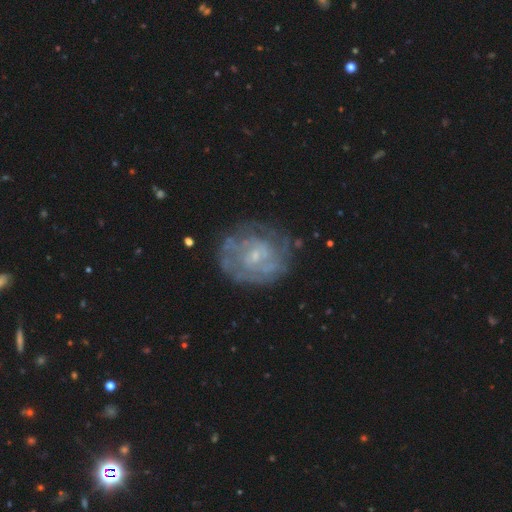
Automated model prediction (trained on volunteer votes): Smooth or featured? featured or disk (77%)
Edge-on disk? no (98%)
Bar? no (62%)
Spiral arms? yes (77%)
Spiral winding? tight (62%)
Spiral arm count? can't tell (52%)
Bulge size? small (75%)
Merging? none (73%)